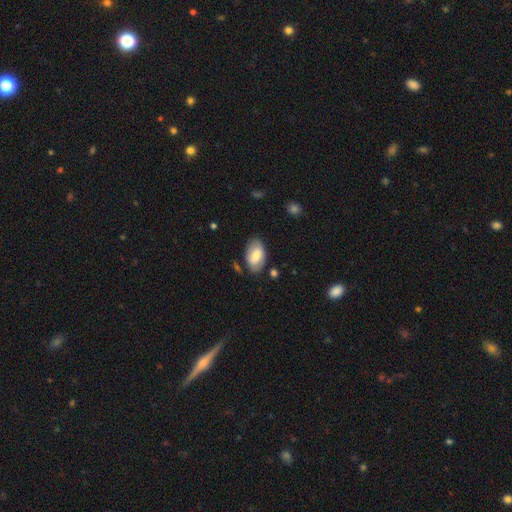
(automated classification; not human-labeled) Smooth or featured: smooth — 76% (featured or disk — 18%)
How rounded: in between — 94% (round — 5%)
Merging: none — 75% (minor disturbance — 18%)